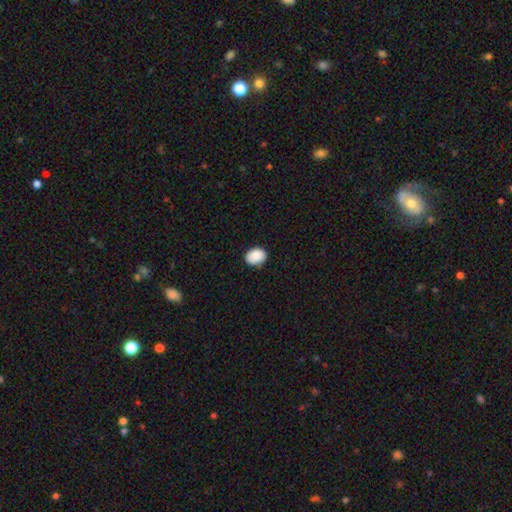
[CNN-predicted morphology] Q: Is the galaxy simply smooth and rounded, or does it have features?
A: smooth — 88%.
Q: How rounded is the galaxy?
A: in between — 65%.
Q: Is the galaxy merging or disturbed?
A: none — 82%.